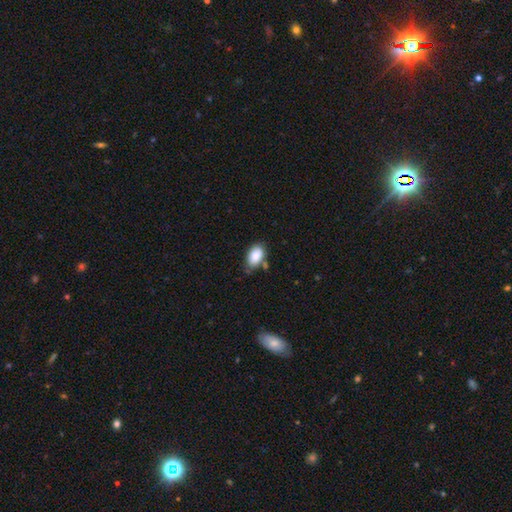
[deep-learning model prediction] Smooth or featured?
  - smooth: 88% *
  - star or artifact: 7%
  - featured or disk: 5%
How rounded?
  - in between: 92% *
  - round: 7%
  - cigar-shaped: 2%
Merging?
  - none: 68% *
  - minor disturbance: 21%
  - merger: 6%
  - major disturbance: 4%